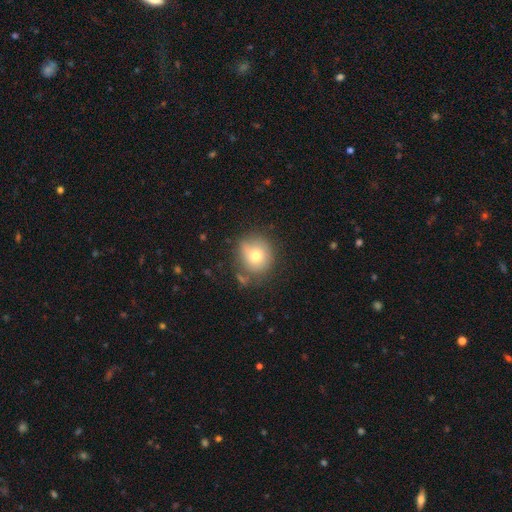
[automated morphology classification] smooth 73%, featured or disk 16%, star or artifact 11%. Down the decision tree: how rounded — round (85%); merging — none (68%).